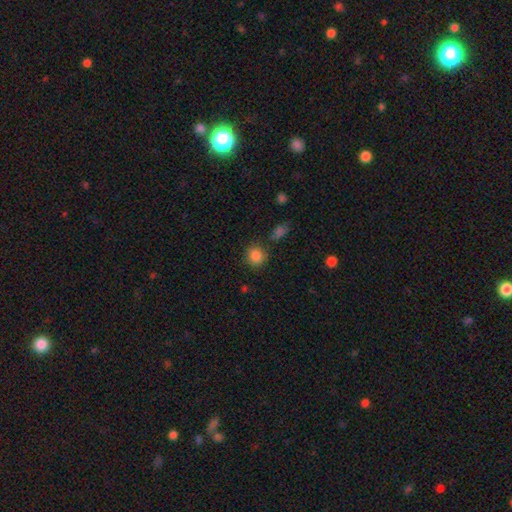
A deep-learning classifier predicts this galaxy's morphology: Overall: smooth (85%). How rounded: round (84%). Merging: none (81%).